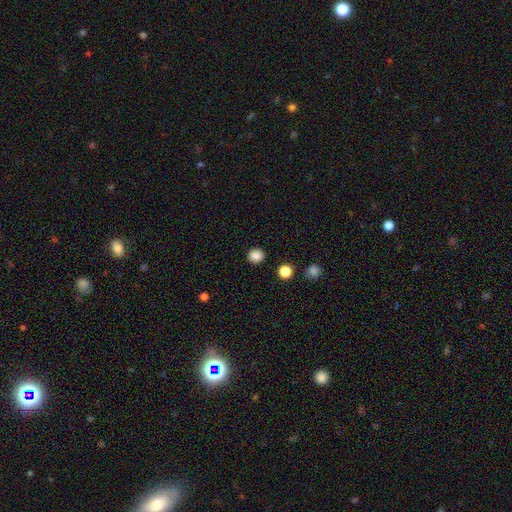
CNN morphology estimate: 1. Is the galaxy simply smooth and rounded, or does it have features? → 86% smooth, 11% star or artifact, 3% featured or disk.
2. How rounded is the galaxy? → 84% round, 15% in between, 1% cigar-shaped.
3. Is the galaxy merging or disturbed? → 90% none, 6% minor disturbance, 2% major disturbance, 2% merger.